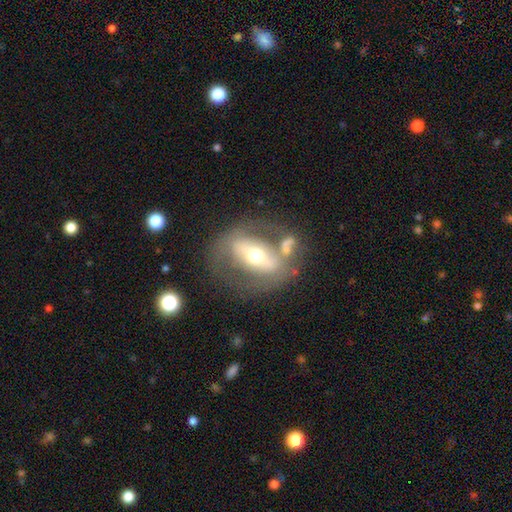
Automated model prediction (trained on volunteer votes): Q: Smooth or featured?
A: featured or disk (66%); runner-up: smooth (26%)
Q: Edge-on disk?
A: no (85%); runner-up: yes (15%)
Q: Bar?
A: strong (53%); runner-up: no (26%)
Q: Spiral arms?
A: no (71%); runner-up: yes (29%)
Q: Bulge size?
A: moderate (66%); runner-up: small (22%)
Q: Merging?
A: none (56%); runner-up: minor disturbance (16%)